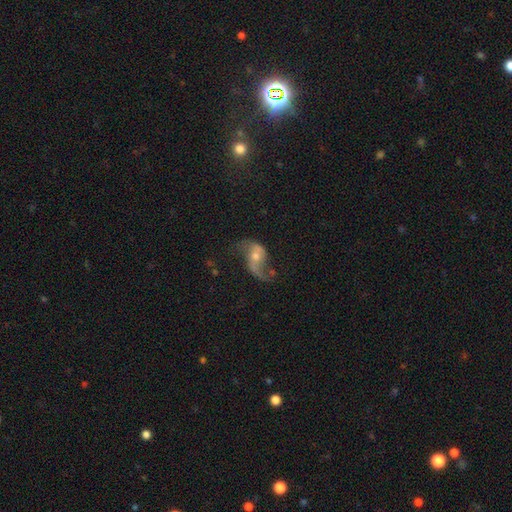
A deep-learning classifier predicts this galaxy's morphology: Smooth or featured? Predicted: featured or disk (p=0.80). Edge-on disk? Predicted: no (p=0.96). Bar? Predicted: no (p=0.56). Spiral arms? Predicted: yes (p=0.92). Spiral winding? Predicted: loose (p=0.79). Spiral arm count? Predicted: 2 (p=0.86). Bulge size? Predicted: moderate (p=0.49). Merging? Predicted: none (p=0.59).